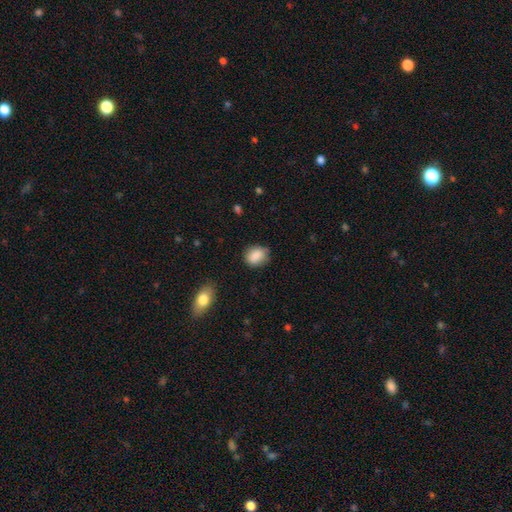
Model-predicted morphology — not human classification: A smooth galaxy with no disk features (86%) that is round (50%).

Vote fractions:
- Smooth or featured? smooth: 86% / star or artifact: 8% / featured or disk: 6%
- How rounded? round: 50% / in between: 49% / cigar-shaped: 1%
- Merging? none: 75% / minor disturbance: 19% / major disturbance: 4% / merger: 2%